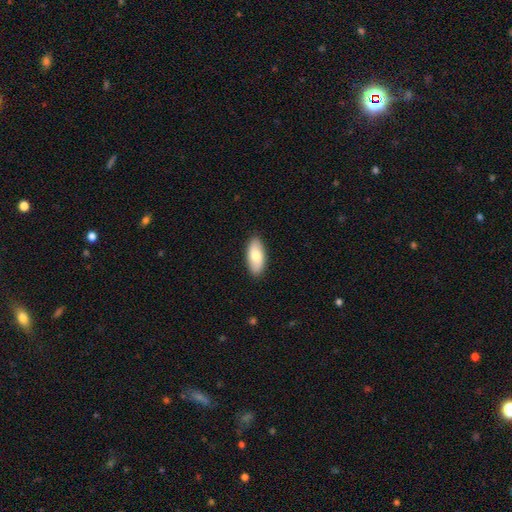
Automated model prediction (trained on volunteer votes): smooth_or_featured: smooth (p=0.76) [alt: featured or disk p=0.18]
how_rounded: in between (p=0.88) [alt: cigar-shaped p=0.09]
merging: none (p=0.89) [alt: minor disturbance p=0.09]